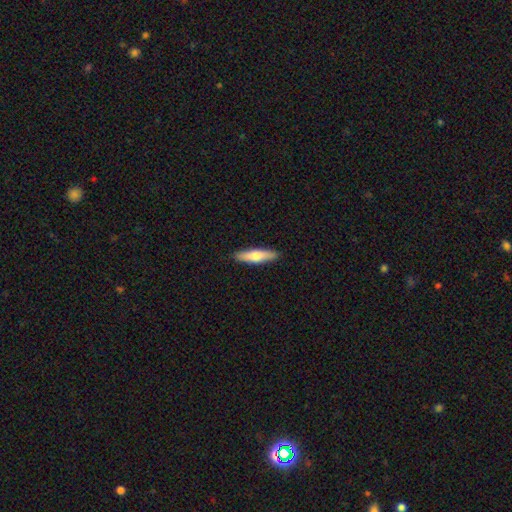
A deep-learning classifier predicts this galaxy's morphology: This is likely a smooth galaxy (67%). How rounded: likely cigar-shaped (73%). Merging: clearly none (90%).